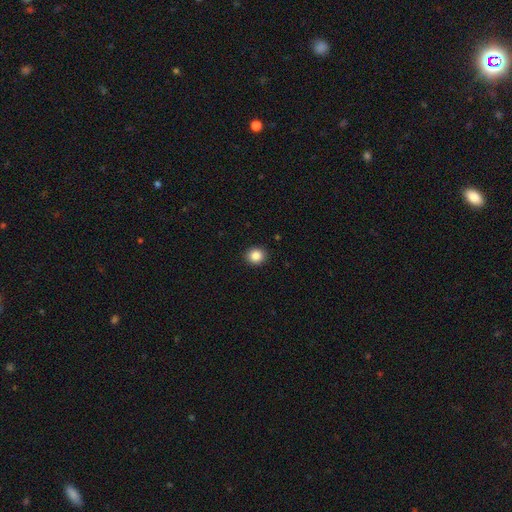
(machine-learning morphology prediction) smooth-or-featured: smooth: 87% | star or artifact: 9% | featured or disk: 4%
  how-rounded: round: 82% | in between: 17% | cigar-shaped: 1%
  merging: none: 92% | minor disturbance: 5% | major disturbance: 2% | merger: 1%